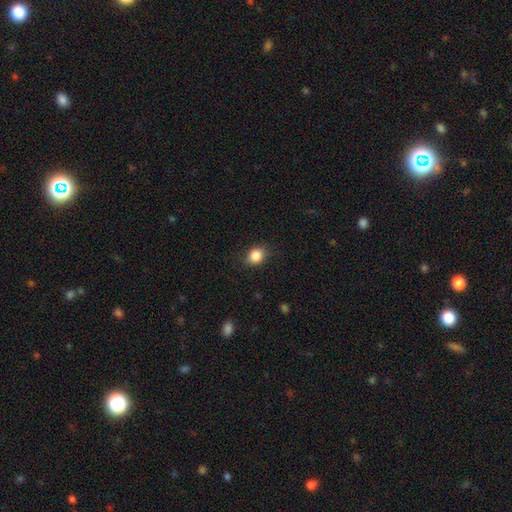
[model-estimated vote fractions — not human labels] Q: Smooth or featured?
A: smooth (86%); runner-up: star or artifact (10%)
Q: How rounded?
A: round (63%); runner-up: in between (36%)
Q: Merging?
A: none (84%); runner-up: minor disturbance (12%)